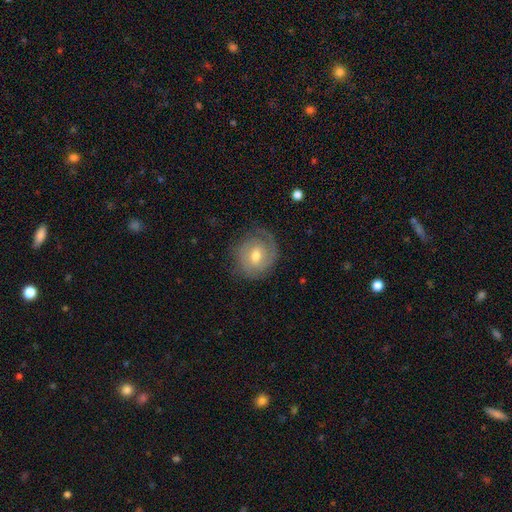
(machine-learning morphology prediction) Smooth or featured: featured or disk — 64% (smooth — 29%)
Edge-on disk: no — 97% (yes — 3%)
Bar: no — 51% (weak — 41%)
Spiral arms: yes — 85% (no — 15%)
Spiral winding: tight — 62% (medium — 27%)
Spiral arm count: 1 — 39% (2 — 33%)
Bulge size: moderate — 70% (small — 24%)
Merging: none — 71% (minor disturbance — 18%)